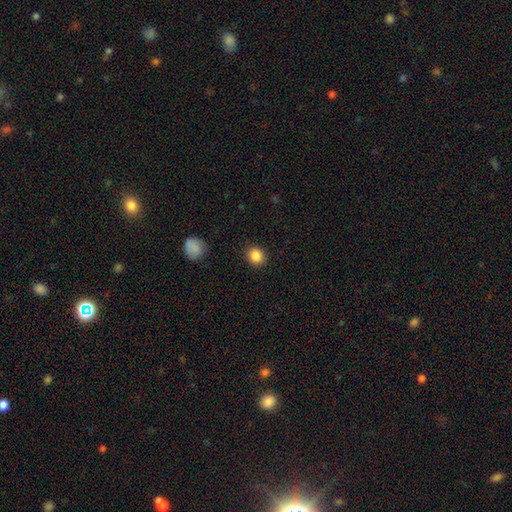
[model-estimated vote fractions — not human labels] smooth_or_featured: smooth (p=0.87) [alt: star or artifact p=0.10]
how_rounded: round (p=0.72) [alt: in between p=0.27]
merging: none (p=0.90) [alt: minor disturbance p=0.07]